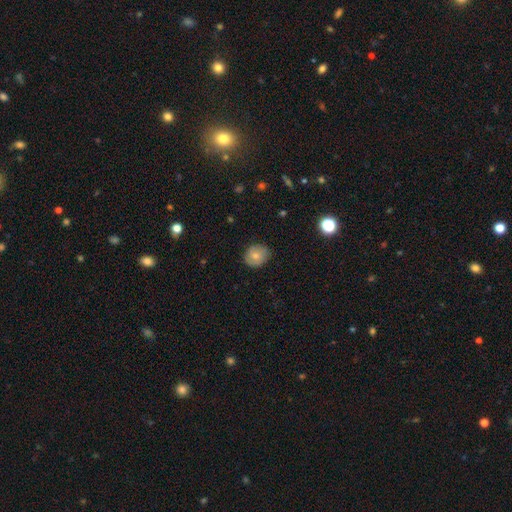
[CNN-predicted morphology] A smooth galaxy with no disk features (70%) that is round (76%). Merging: none (81%).